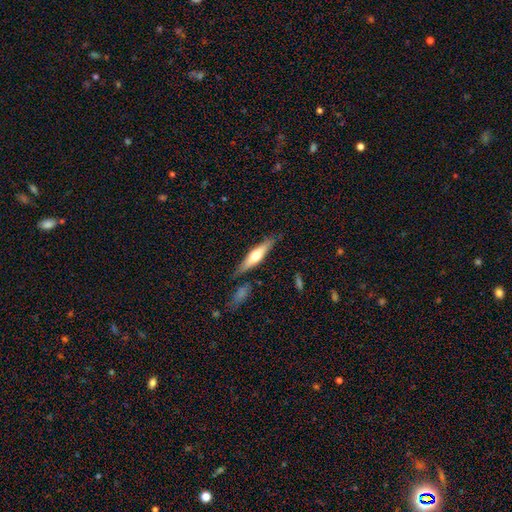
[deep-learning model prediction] Morphology: type=featured or disk (51%); edge-on=yes (92%); merging=none (80%).